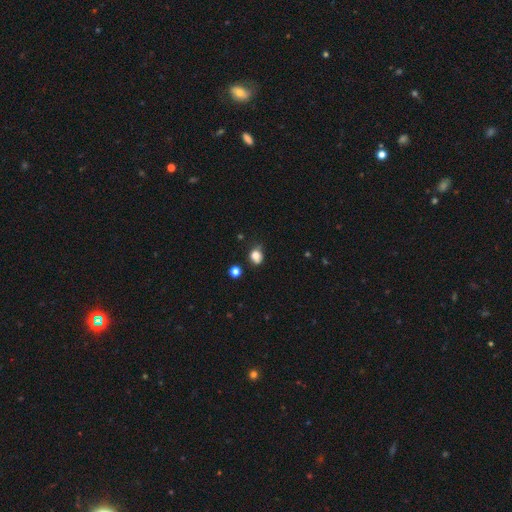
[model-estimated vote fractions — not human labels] This is likely a smooth galaxy (80%). How rounded: possibly round (55%). Merging: possibly none (58%).